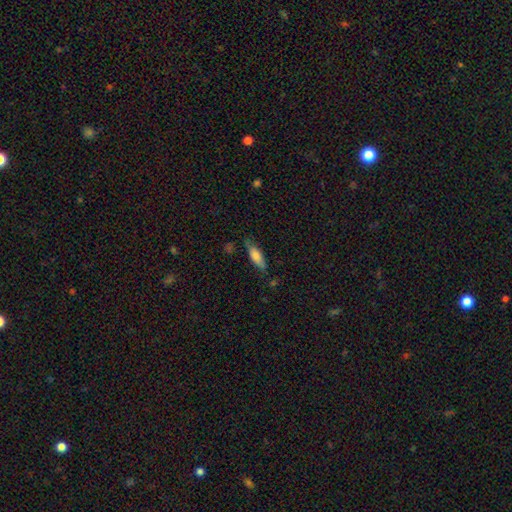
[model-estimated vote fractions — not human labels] smooth_or_featured: smooth (p=0.76) [alt: featured or disk p=0.17]
how_rounded: in between (p=0.56) [alt: cigar-shaped p=0.42]
merging: none (p=0.68) [alt: minor disturbance p=0.24]